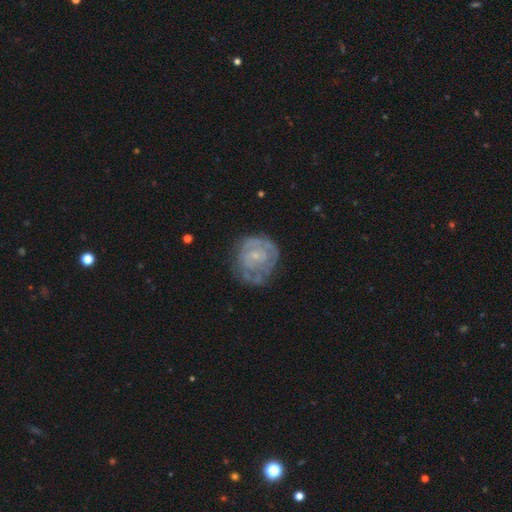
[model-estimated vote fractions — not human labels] A featured or disk galaxy (73%) with no bar (75%), tight (71%) spiral arms (73%) and a small central bulge (74%).

Vote fractions:
- Smooth or featured? featured or disk: 73% / smooth: 20% / star or artifact: 7%
- Edge-on disk? no: 98% / yes: 2%
- Bar? no: 75% / weak: 21% / strong: 4%
- Spiral arms? yes: 73% / no: 27%
- Spiral winding? tight: 71% / medium: 22% / loose: 7%
- Spiral arm count? can't tell: 51% / 2: 22% / 3: 11% / 1: 6% / 4: 5% / more than 4: 4%
- Bulge size? small: 74% / moderate: 16% / none: 7% / large: 1% / dominant: 1%
- Merging? none: 61% / minor disturbance: 23% / major disturbance: 13% / merger: 2%